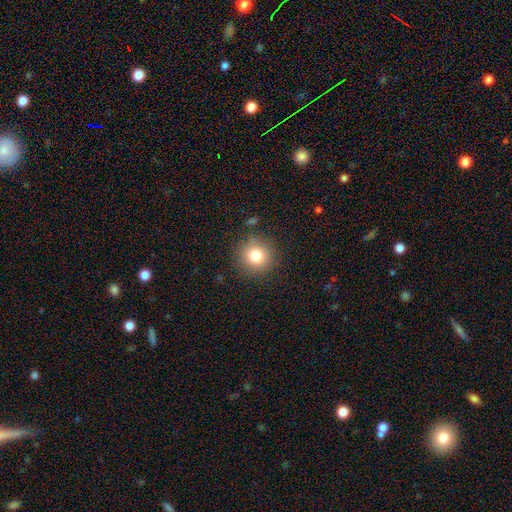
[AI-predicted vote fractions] Smooth or featured? Predicted: smooth (p=0.79). How rounded? Predicted: round (p=0.94). Merging? Predicted: none (p=0.87).